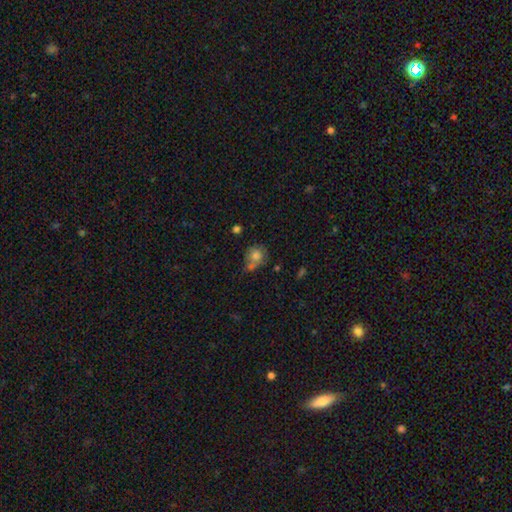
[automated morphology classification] Smooth or featured?
  - smooth: 75% *
  - featured or disk: 15%
  - star or artifact: 10%
How rounded?
  - round: 70% *
  - in between: 29%
  - cigar-shaped: 1%
Merging?
  - none: 44% *
  - minor disturbance: 25%
  - merger: 21%
  - major disturbance: 9%